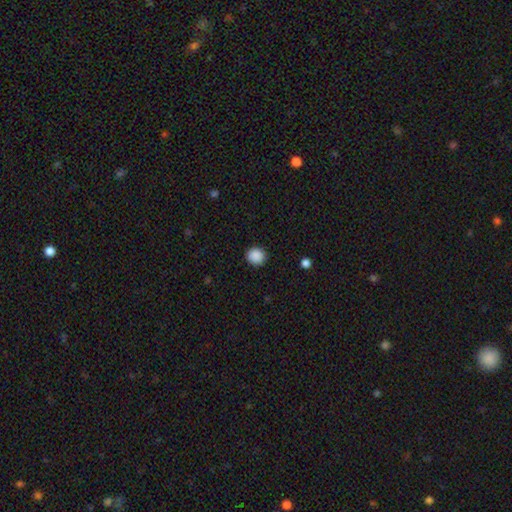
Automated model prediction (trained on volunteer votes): Smooth or featured? Predicted: smooth (p=0.89). How rounded? Predicted: round (p=0.84). Merging? Predicted: none (p=0.90).